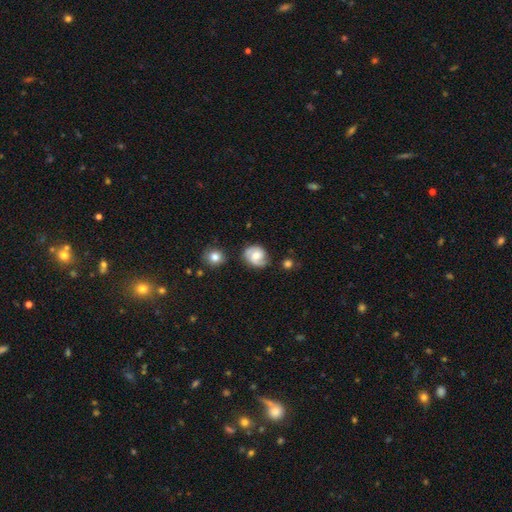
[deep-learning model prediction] A featured or disk galaxy (62%) with no bar (54%), 2 (77%) medium (45%) spiral arms (92%) and a moderate central bulge (62%). Merging: none (70%).